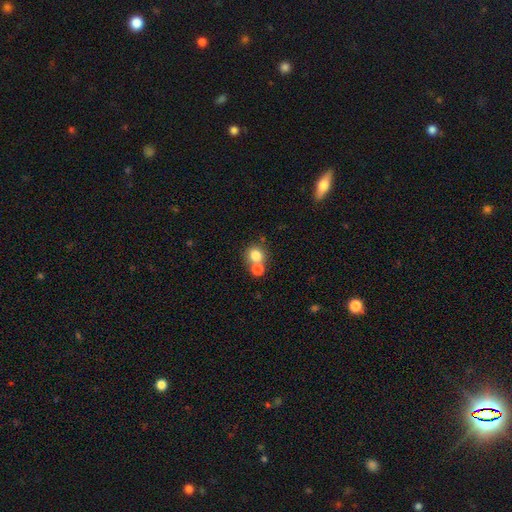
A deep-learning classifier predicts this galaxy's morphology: smooth-or-featured: smooth: 79% | star or artifact: 11% | featured or disk: 10%
  how-rounded: round: 84% | in between: 15% | cigar-shaped: 1%
  merging: none: 51% | merger: 40% | minor disturbance: 7% | major disturbance: 3%